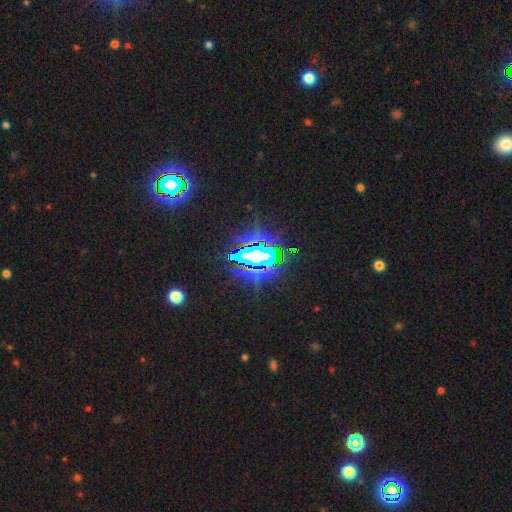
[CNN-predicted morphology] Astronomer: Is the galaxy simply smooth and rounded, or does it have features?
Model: star or artifact — 75%.